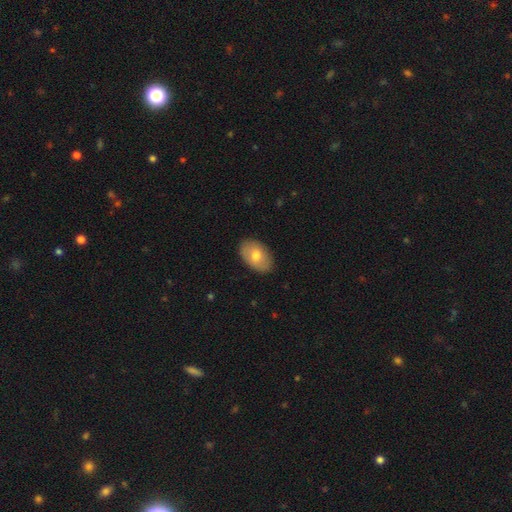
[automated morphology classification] The model was most divided on "smooth or featured": smooth: 74%, featured or disk: 20%, star or artifact: 6%. More confident: how rounded — in between (90%); merging — none (87%).